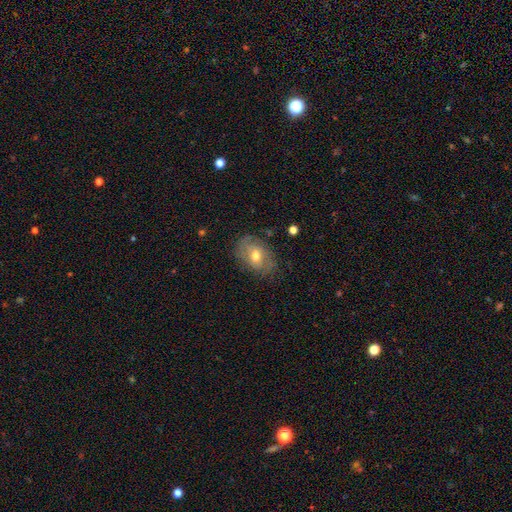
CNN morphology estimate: A smooth galaxy with no disk features (55%) that is in between round and cigar-shaped (79%). Merging: none (73%).